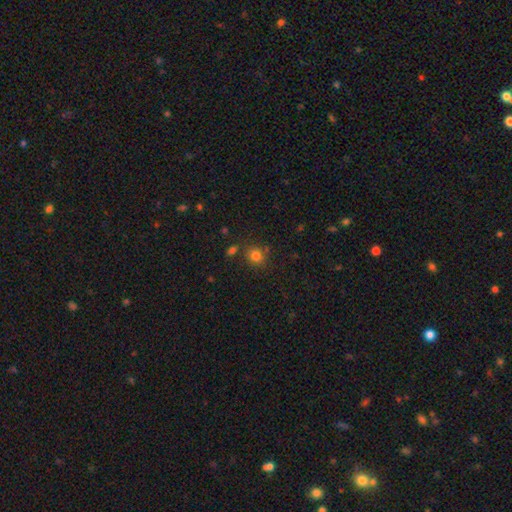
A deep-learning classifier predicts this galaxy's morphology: Smooth or featured: smooth — 79% (star or artifact — 15%)
How rounded: round — 80% (in between — 19%)
Merging: none — 76% (minor disturbance — 12%)